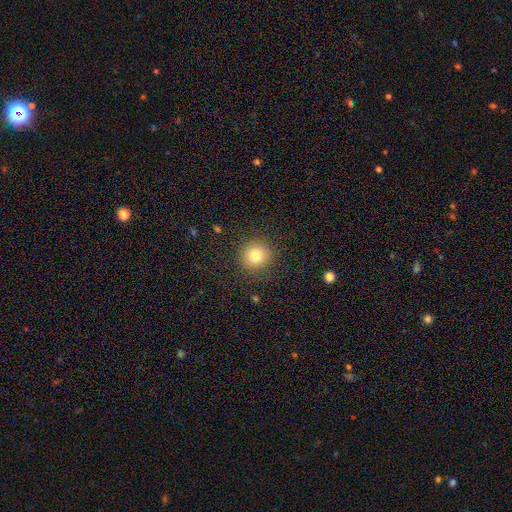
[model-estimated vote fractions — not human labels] Smooth or featured? Predicted: smooth (p=0.80). How rounded? Predicted: round (p=0.93). Merging? Predicted: none (p=0.90).